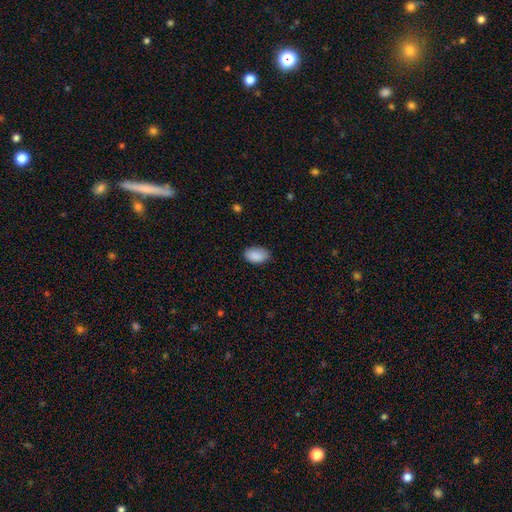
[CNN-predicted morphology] Overall: smooth (90%). How rounded: in between (93%). Merging: none (82%).